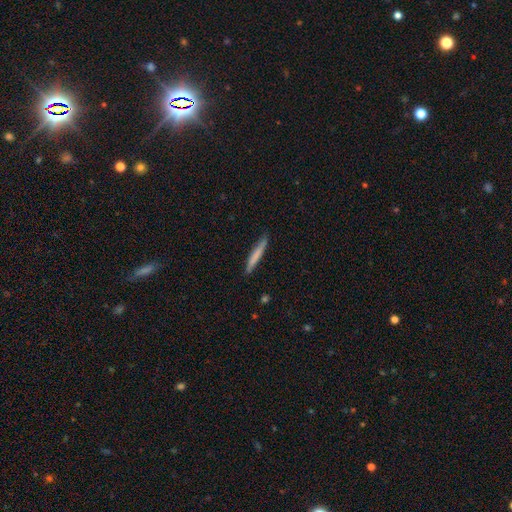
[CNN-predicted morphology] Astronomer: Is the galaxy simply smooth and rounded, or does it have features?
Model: smooth — 72%.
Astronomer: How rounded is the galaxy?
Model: cigar-shaped — 95%.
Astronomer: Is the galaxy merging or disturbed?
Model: none — 86%.